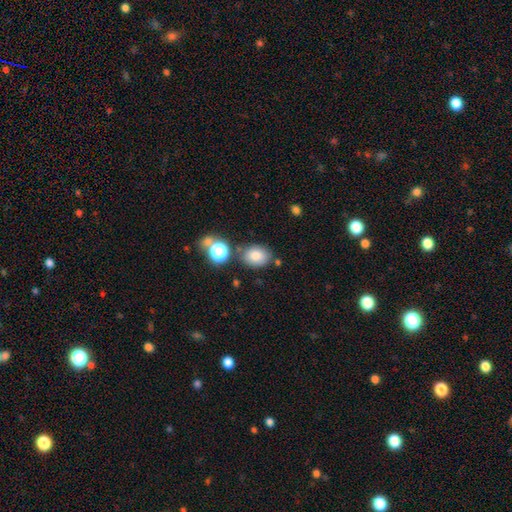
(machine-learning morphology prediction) Smooth or featured? smooth (79%)
How rounded? in between (59%)
Merging? none (73%)